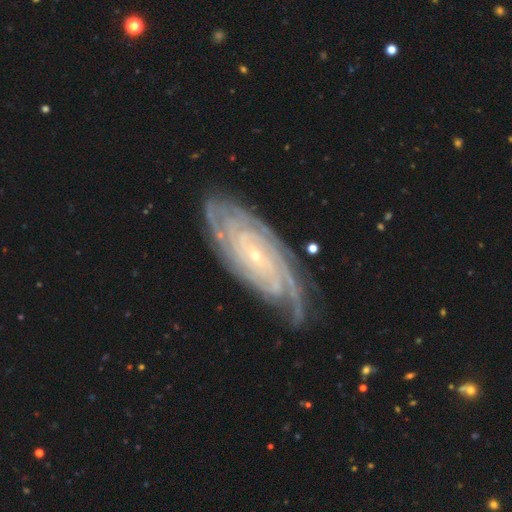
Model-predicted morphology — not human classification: type=featured or disk (89%); edge-on=no (93%); bar=no (69%); spiral arms=yes (98%); winding=tight (80%); arm count=can't tell (25%); bulge=small (87%); merging=none (75%).